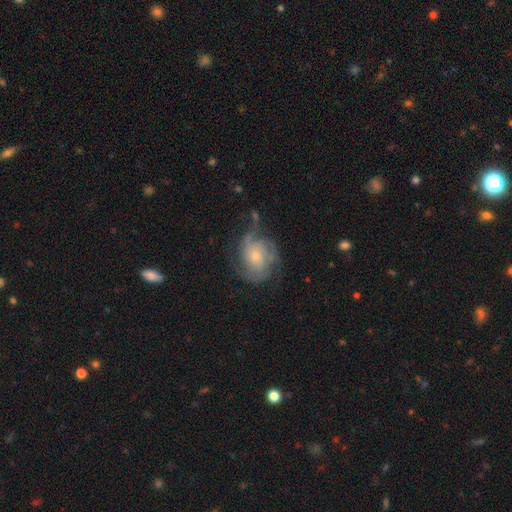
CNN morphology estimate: smooth-or-featured: featured or disk: 79% | smooth: 15% | star or artifact: 6%
  disk-edge-on: no: 98% | yes: 2%
    bar: no: 74% | weak: 23% | strong: 4%
    has-spiral-arms: yes: 94% | no: 6%
      spiral-winding: tight: 43% | medium: 41% | loose: 16%
      spiral-arm-count: 3: 30% | 2: 24% | can't tell: 24% | 4: 10% | 1: 6% | more than 4: 5%
    bulge-size: small: 59% | moderate: 33% | large: 4% | none: 3% | dominant: 1%
  merging: none: 54% | minor disturbance: 24% | major disturbance: 20% | merger: 2%